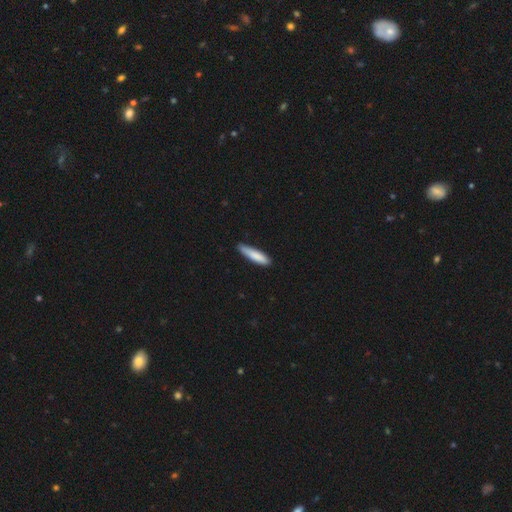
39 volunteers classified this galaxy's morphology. type=smooth (92%); roundness=cigar-shaped (86%); merging=none (76%).